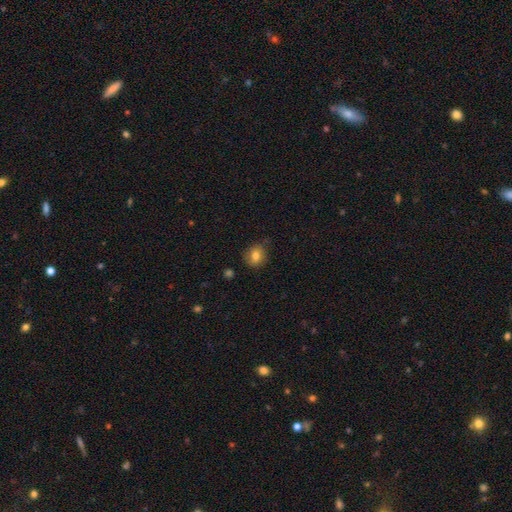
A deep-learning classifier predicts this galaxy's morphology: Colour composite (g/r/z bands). It shows a smooth galaxy with no disk features (80%) that is round (65%). Merging: none (74%).